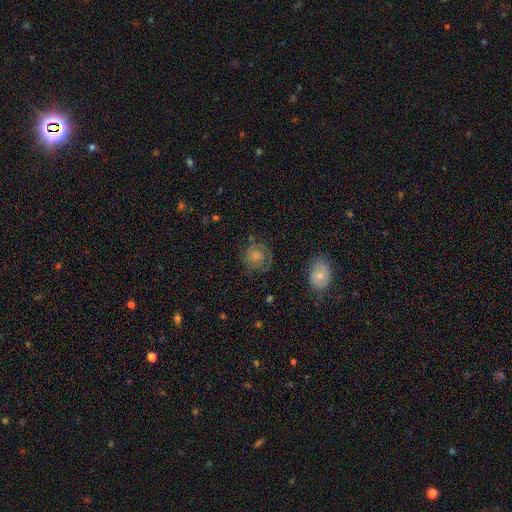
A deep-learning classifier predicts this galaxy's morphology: Overall: smooth (50%; featured or disk 40%). Merging: none (68%).